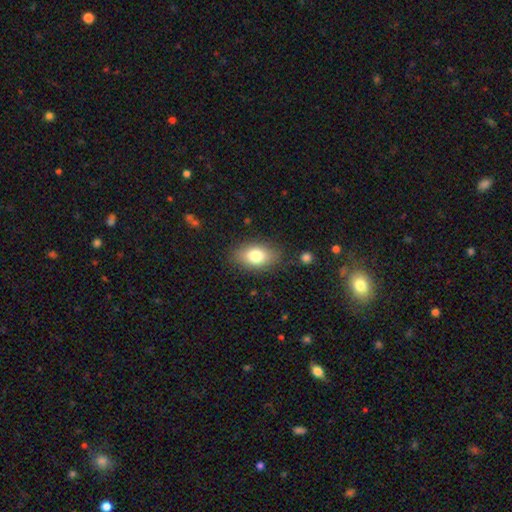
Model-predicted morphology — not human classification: This appears to be a smooth galaxy with no disk features (79%) that is in between round and cigar-shaped (87%). Merging: none (83%).